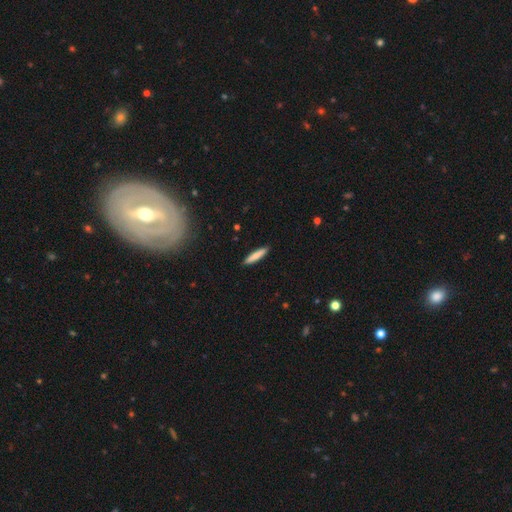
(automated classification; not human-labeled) A smooth galaxy with no disk features (80%) that is cigar-shaped (88%). Merging: none (91%).